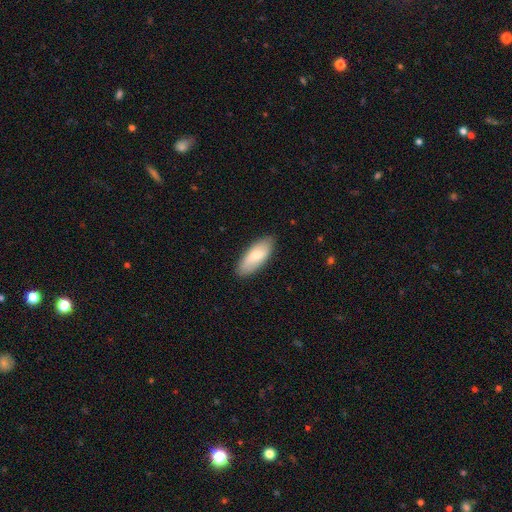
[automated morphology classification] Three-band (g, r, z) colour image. It shows a smooth galaxy with no disk features (80%) that is in between round and cigar-shaped (81%). Merging: none (85%).